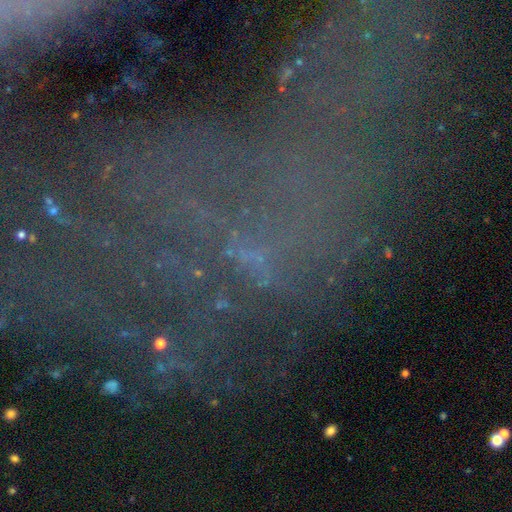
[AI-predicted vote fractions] The model was most divided on "smooth or featured": star or artifact: 63%, featured or disk: 23%, smooth: 13%.